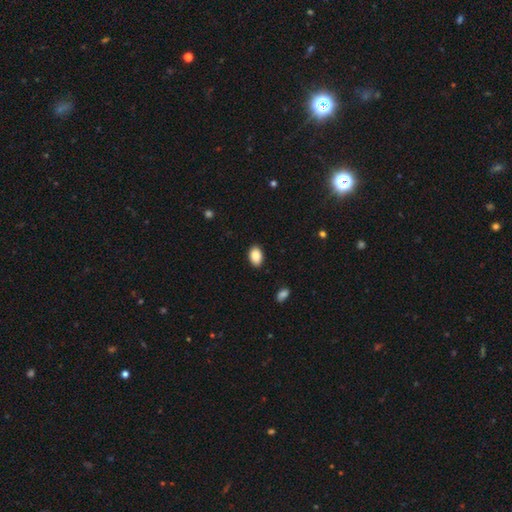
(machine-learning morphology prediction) Overall: smooth (89%). How rounded: in between (87%). Merging: none (89%).